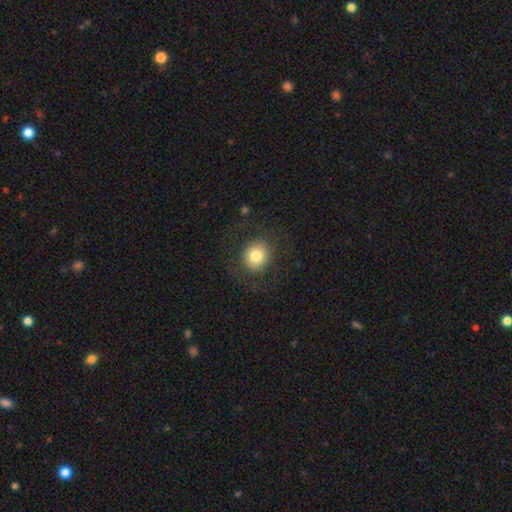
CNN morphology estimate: This appears to be a smooth galaxy with no disk features (77%) that is round (81%). Merging: none (79%).